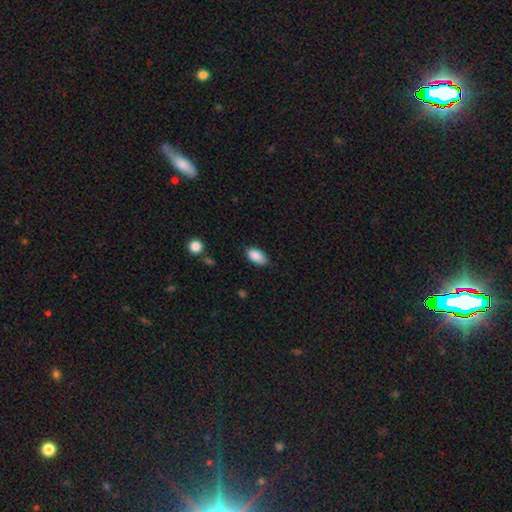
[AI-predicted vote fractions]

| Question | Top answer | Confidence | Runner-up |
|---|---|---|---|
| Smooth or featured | smooth | 88% | star or artifact (7%) |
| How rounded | in between | 94% | round (4%) |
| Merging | none | 77% | minor disturbance (18%) |